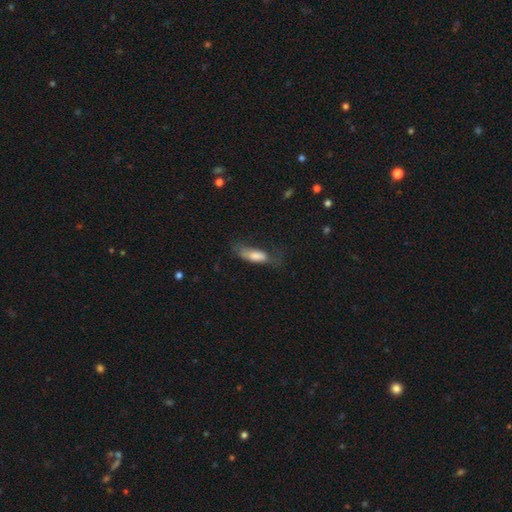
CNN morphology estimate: smooth 70%, featured or disk 21%, star or artifact 9%. Down the decision tree: how rounded — in between (56%); merging — none (42%).